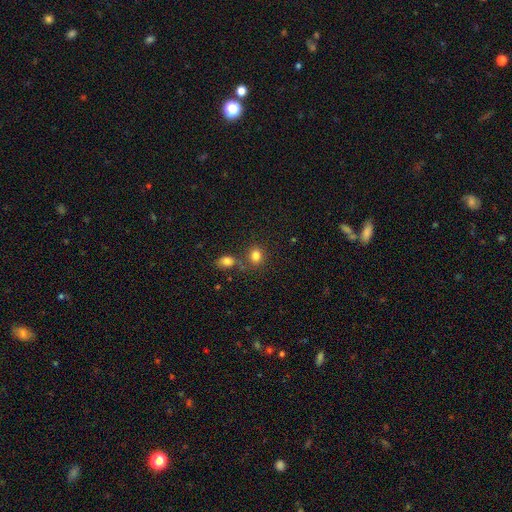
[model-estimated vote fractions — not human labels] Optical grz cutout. It shows a smooth galaxy with no disk features (82%) that is round (63%). Merging: none (68%).